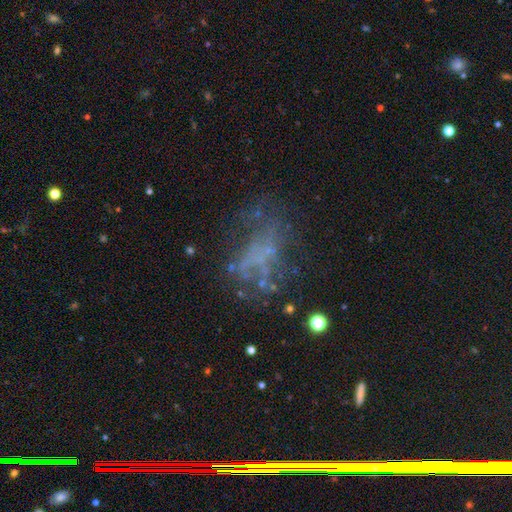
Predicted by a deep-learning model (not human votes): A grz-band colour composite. It shows a featured or disk galaxy (47%). Merging: none (47%).